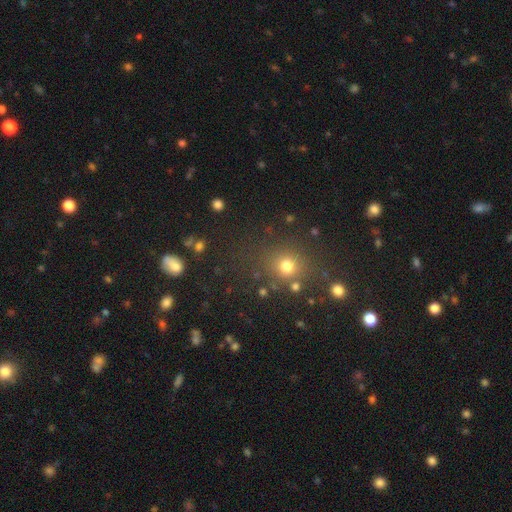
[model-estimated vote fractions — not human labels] Morphology: type=smooth (55%); roundness=round (82%); merging=none (82%).